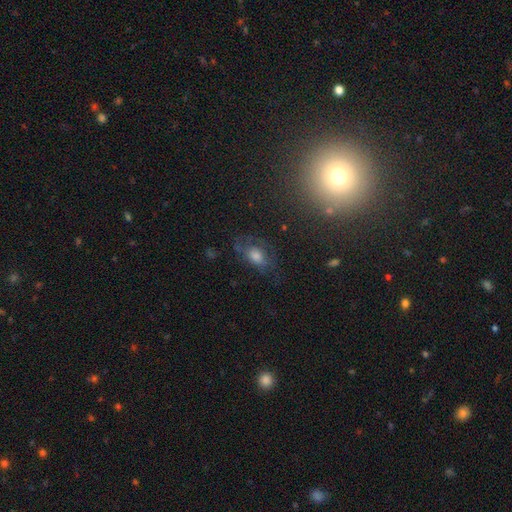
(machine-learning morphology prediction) smooth 47%, featured or disk 31%, star or artifact 22%. Down the decision tree: merging — none (63%).